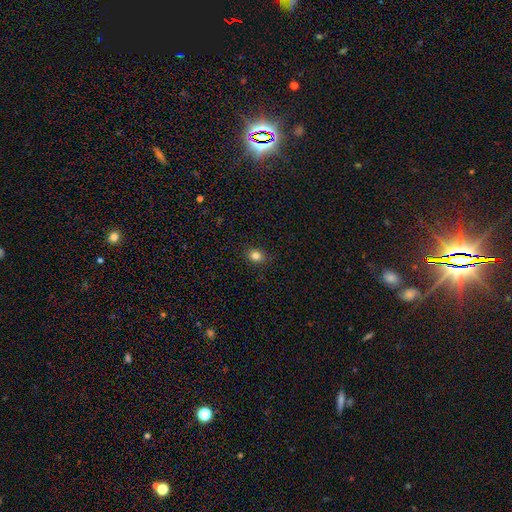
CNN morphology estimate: This appears to be a smooth galaxy with no disk features (83%) that is round (56%). Merging: none (88%).